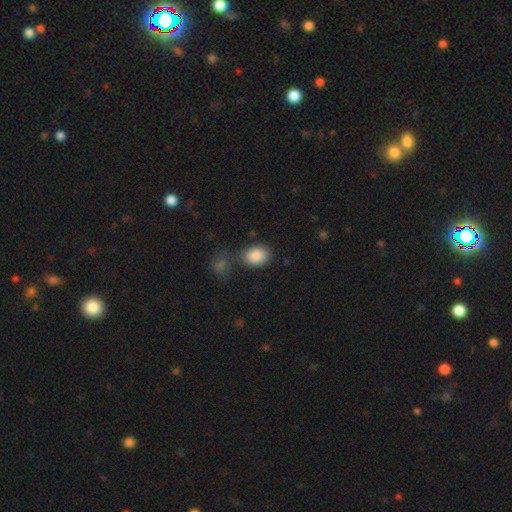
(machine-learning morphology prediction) This is clearly a smooth galaxy (88%). How rounded: likely in between (75%). Merging: likely none (67%).